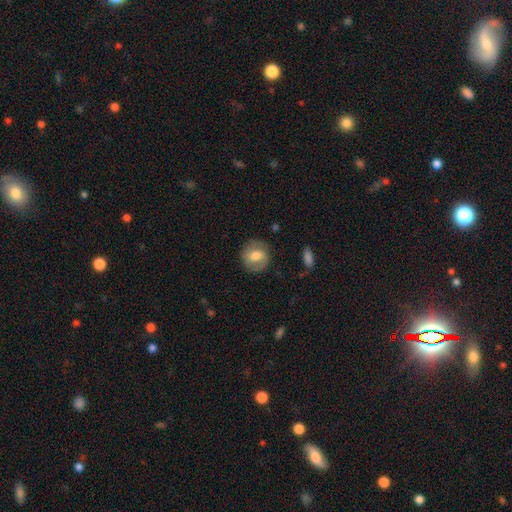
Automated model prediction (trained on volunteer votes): A smooth galaxy with no disk features (51%) that is round (80%).

Vote fractions:
- Smooth or featured? smooth: 51% / featured or disk: 42% / star or artifact: 7%
- How rounded? round: 80% / in between: 19% / cigar-shaped: 1%
- Merging? none: 81% / minor disturbance: 13% / major disturbance: 5% / merger: 1%